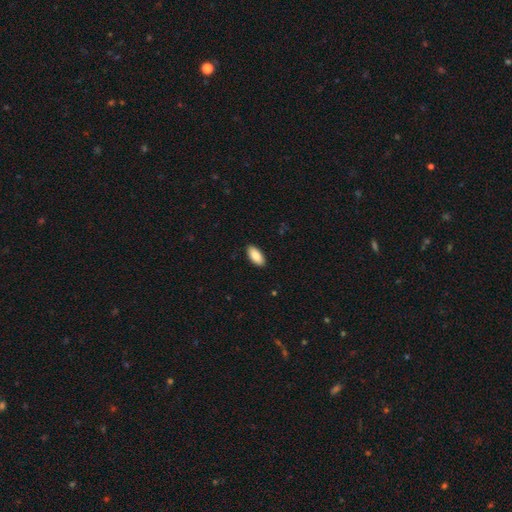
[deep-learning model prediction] Smooth or featured? Predicted: smooth (p=0.88). How rounded? Predicted: in between (p=0.91). Merging? Predicted: none (p=0.90).